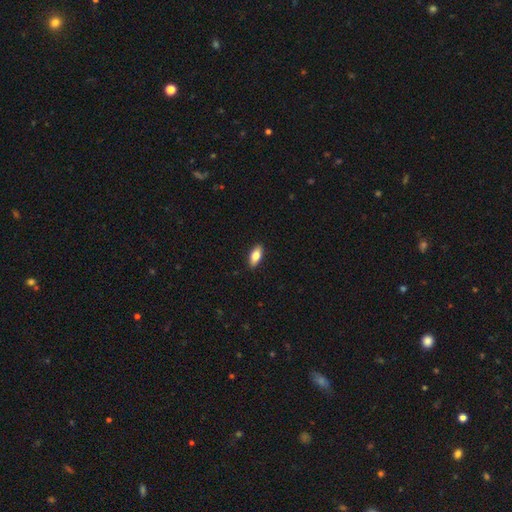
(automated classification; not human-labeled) Q: Smooth or featured?
A: smooth (78%); runner-up: featured or disk (16%)
Q: How rounded?
A: in between (83%); runner-up: cigar-shaped (14%)
Q: Merging?
A: none (90%); runner-up: minor disturbance (7%)